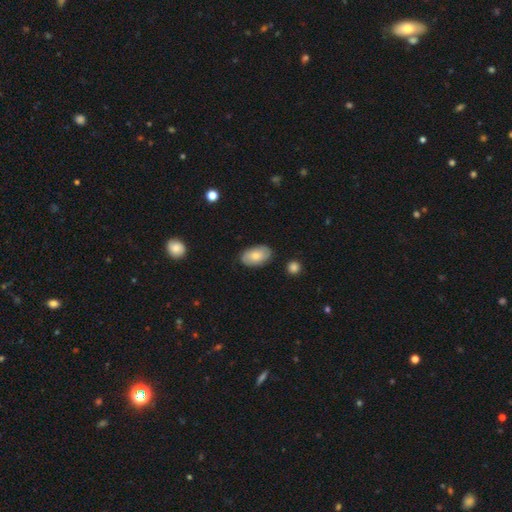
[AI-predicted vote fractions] The model was most divided on "smooth or featured": smooth: 71%, featured or disk: 22%, star or artifact: 7%. More confident: how rounded — in between (93%); merging — none (82%).